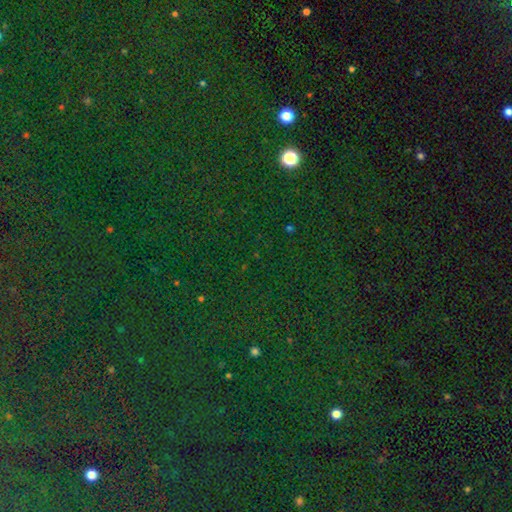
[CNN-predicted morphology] Smooth or featured?
  - star or artifact: 79% *
  - smooth: 13%
  - featured or disk: 8%